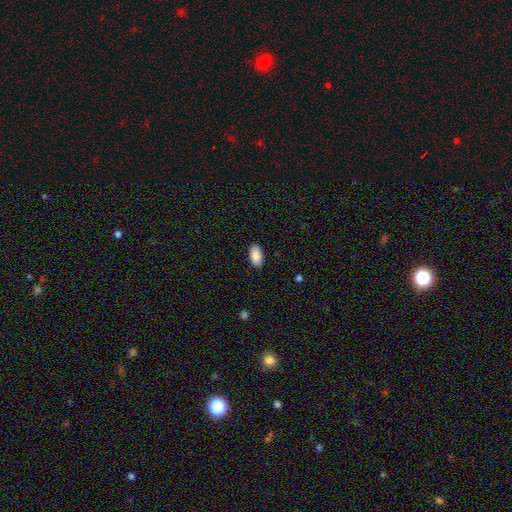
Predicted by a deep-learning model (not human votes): This appears to be a smooth galaxy with no disk features (88%) that is in between round and cigar-shaped (94%). Merging: none (89%).